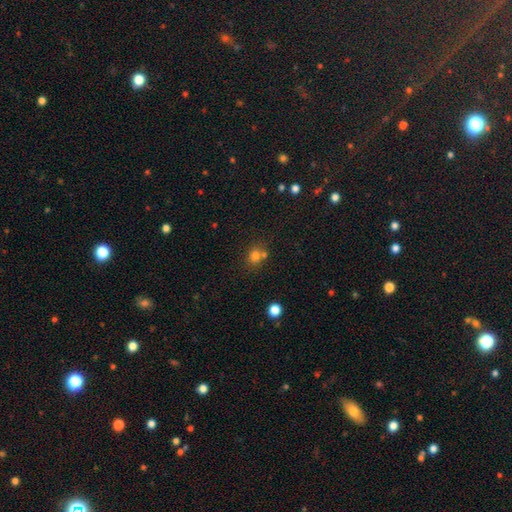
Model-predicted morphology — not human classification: smooth_or_featured: smooth (p=0.76) [alt: star or artifact p=0.16]
how_rounded: round (p=0.76) [alt: in between p=0.23]
merging: none (p=0.58) [alt: merger p=0.29]